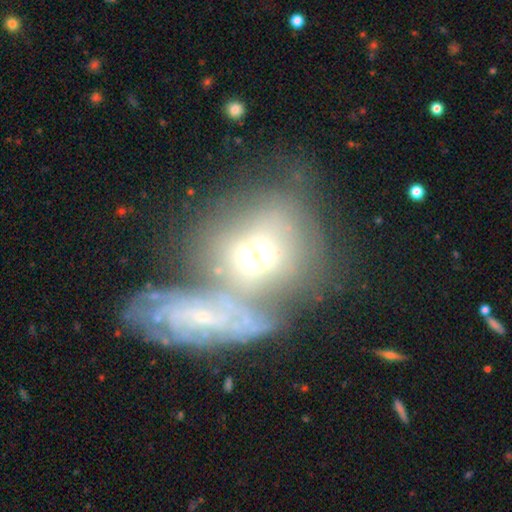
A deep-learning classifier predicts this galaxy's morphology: Q: Smooth or featured?
A: featured or disk (43%); runner-up: smooth (41%)
Q: Merging?
A: merger (49%); runner-up: none (25%)